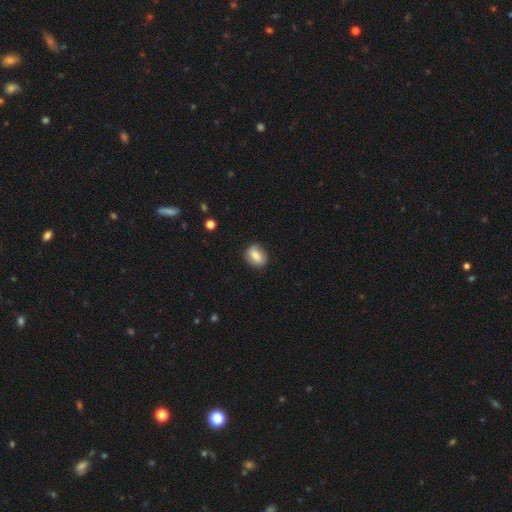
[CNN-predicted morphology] This is likely a smooth galaxy (79%). How rounded: likely in between (63%). Merging: likely none (79%).